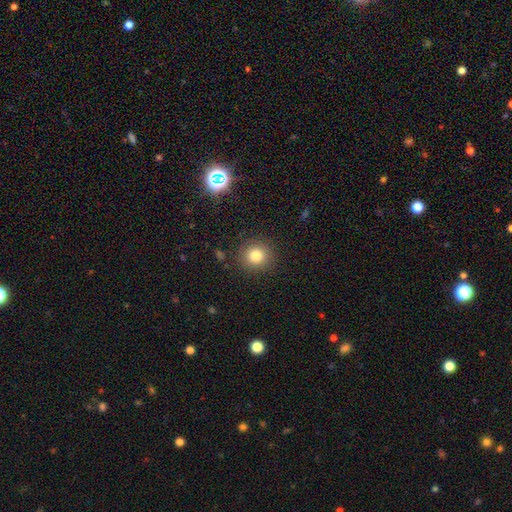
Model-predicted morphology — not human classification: smooth-or-featured: smooth: 81% | star or artifact: 11% | featured or disk: 7%
  how-rounded: round: 90% | in between: 9% | cigar-shaped: 1%
  merging: none: 88% | minor disturbance: 8% | major disturbance: 3% | merger: 1%